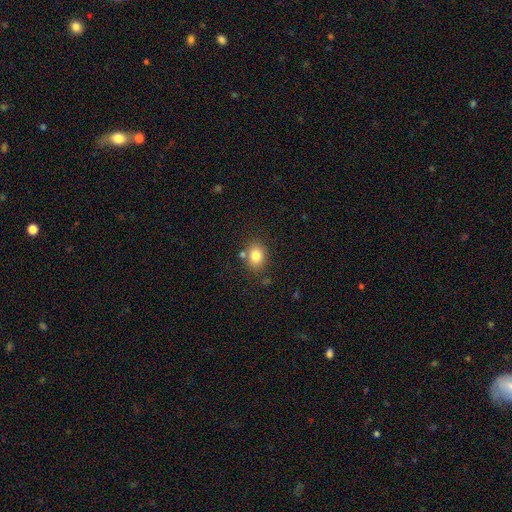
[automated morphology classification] This appears to be a smooth galaxy with no disk features (81%) that is in between round and cigar-shaped (50%). Merging: none (75%).